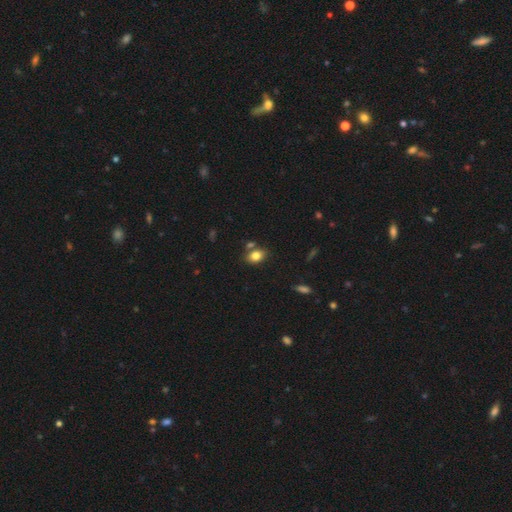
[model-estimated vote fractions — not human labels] This appears to be a smooth galaxy with no disk features (80%) that is in between round and cigar-shaped (74%). Merging: none (70%).